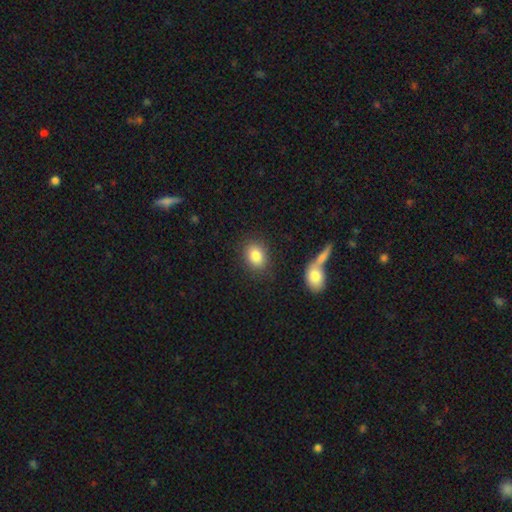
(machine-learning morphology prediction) Smooth or featured: smooth — 84% (star or artifact — 8%)
How rounded: in between — 59% (round — 39%)
Merging: none — 80% (minor disturbance — 11%)